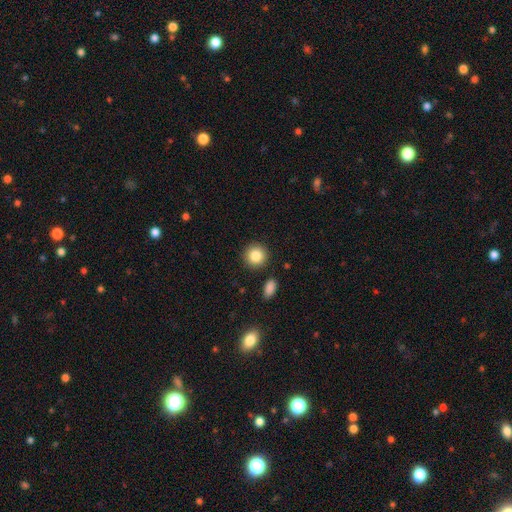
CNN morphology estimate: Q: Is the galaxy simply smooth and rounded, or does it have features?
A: smooth — 86%.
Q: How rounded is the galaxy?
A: round — 92%.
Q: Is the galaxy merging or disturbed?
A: none — 89%.